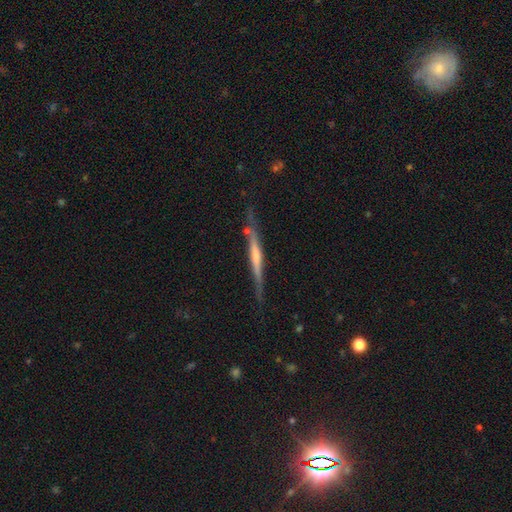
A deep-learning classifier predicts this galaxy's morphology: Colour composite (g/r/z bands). It shows a featured or disk galaxy (74%) viewed edge-on (96%) with a rounded central bulge (51%). Merging: none (79%).